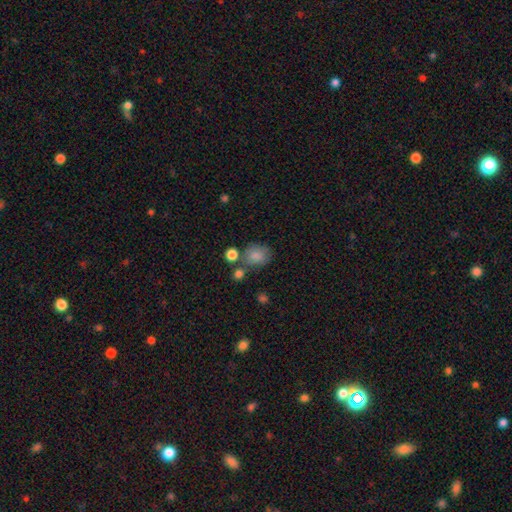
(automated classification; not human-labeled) Overall: smooth (83%). How rounded: round (63%; in between 36%). Merging: none (61%).